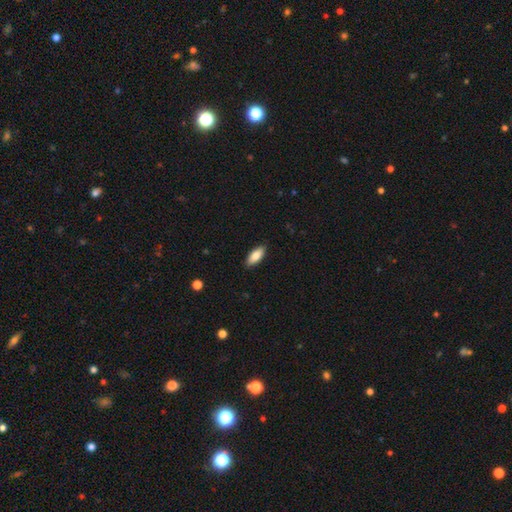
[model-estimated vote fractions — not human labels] Smooth or featured: smooth — 83% (featured or disk — 11%)
How rounded: in between — 80% (cigar-shaped — 19%)
Merging: none — 89% (minor disturbance — 9%)